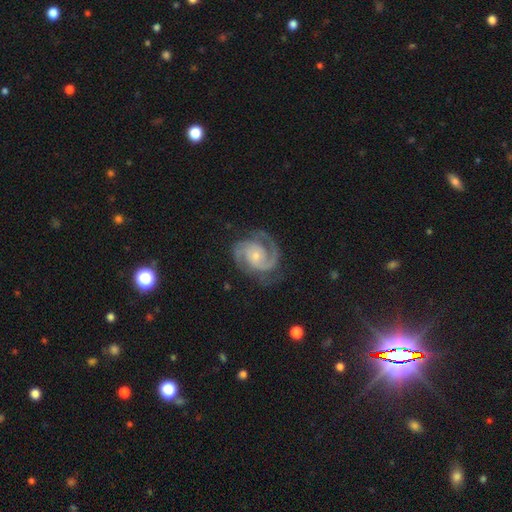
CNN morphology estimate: This appears to be a featured or disk galaxy (92%) with no bar (64%), 2 (84%) tight (47%) spiral arms (98%) and a small central bulge (62%). Merging: none (75%).